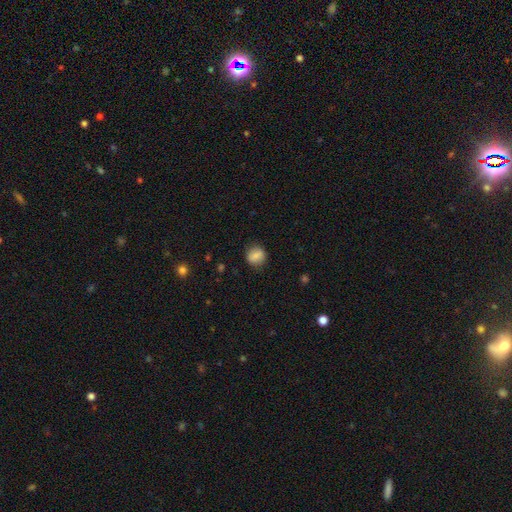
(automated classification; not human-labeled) Q: Smooth or featured?
A: smooth (83%); runner-up: featured or disk (9%)
Q: How rounded?
A: round (78%); runner-up: in between (21%)
Q: Merging?
A: none (85%); runner-up: minor disturbance (11%)